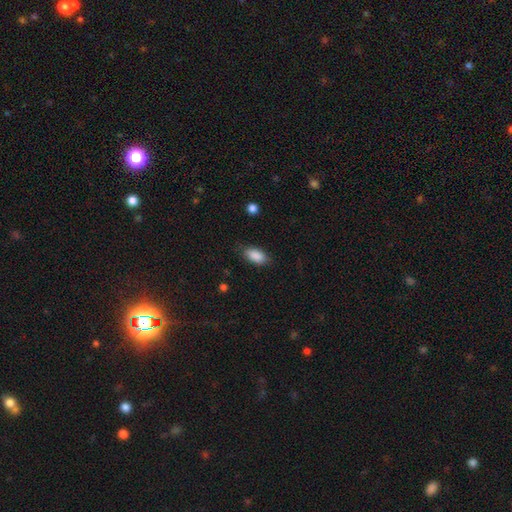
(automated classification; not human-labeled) This is clearly a smooth galaxy (89%). How rounded: clearly in between (91%). Merging: likely none (79%).